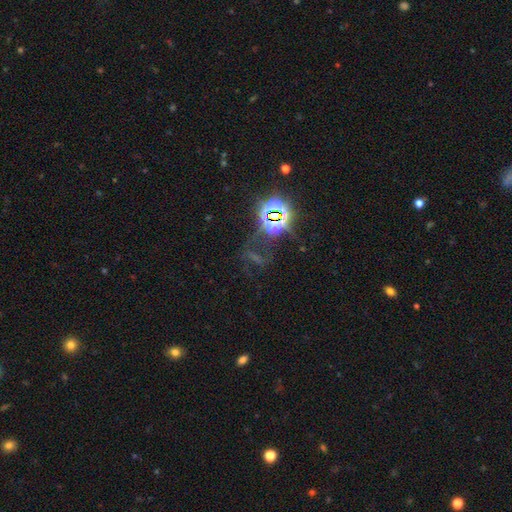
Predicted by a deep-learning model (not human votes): A star or artifact, not a galaxy (65%).

Vote fractions:
- Smooth or featured? star or artifact: 65% / featured or disk: 19% / smooth: 16%